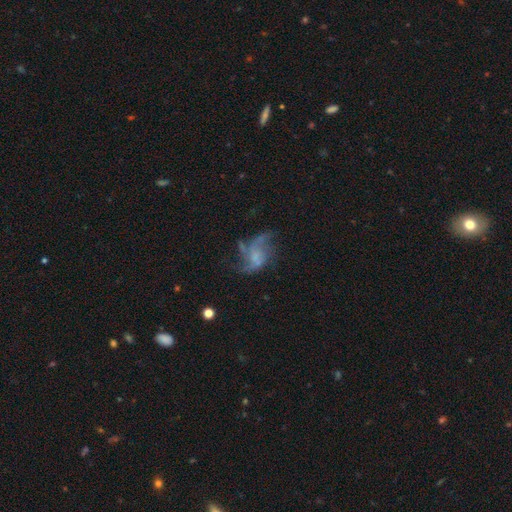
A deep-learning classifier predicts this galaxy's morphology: Smooth or featured? Predicted: featured or disk (p=0.68). Edge-on disk? Predicted: no (p=0.97). Bar? Predicted: no (p=0.70). Spiral arms? Predicted: yes (p=0.72). Bulge size? Predicted: none (p=0.59). Merging? Predicted: none (p=0.40).